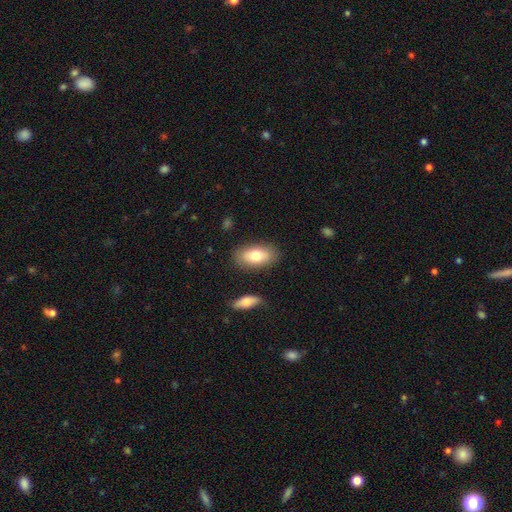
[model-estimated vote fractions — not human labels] smooth_or_featured: smooth (p=0.76) [alt: featured or disk p=0.17]
how_rounded: in between (p=0.90) [alt: cigar-shaped p=0.05]
merging: none (p=0.84) [alt: minor disturbance p=0.10]